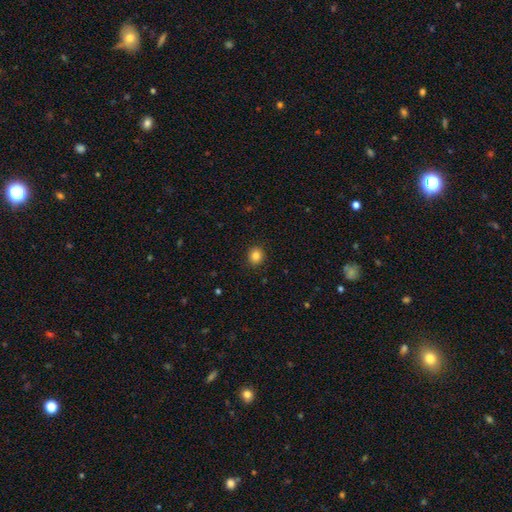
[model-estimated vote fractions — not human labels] This appears to be a smooth galaxy with no disk features (85%) that is round (79%). Merging: none (91%).